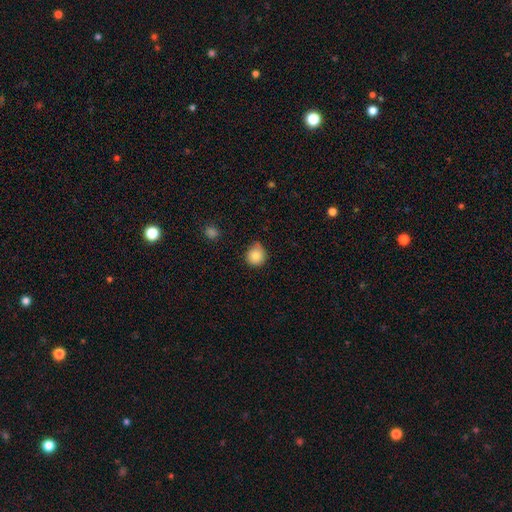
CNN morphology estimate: Smooth or featured? Predicted: smooth (p=0.83). How rounded? Predicted: round (p=0.89). Merging? Predicted: none (p=0.68).